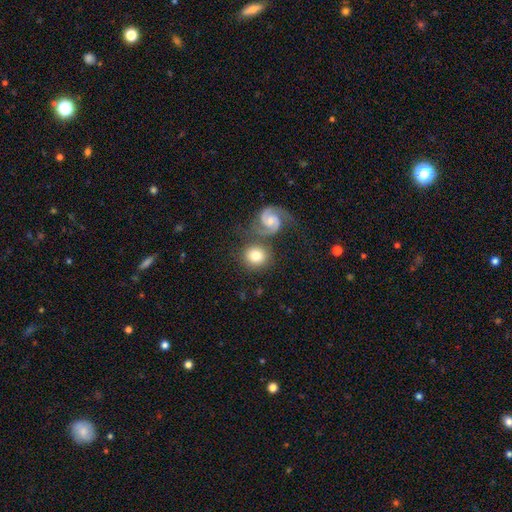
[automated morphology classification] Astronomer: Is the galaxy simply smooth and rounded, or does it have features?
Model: smooth — 63%.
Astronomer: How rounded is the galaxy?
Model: round — 85%.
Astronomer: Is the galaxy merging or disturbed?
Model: none — 65%.